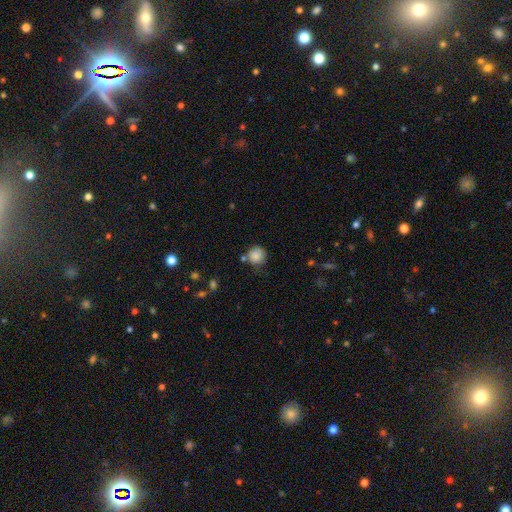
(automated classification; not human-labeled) This appears to be a smooth galaxy with no disk features (85%) that is round (90%). Merging: none (68%).